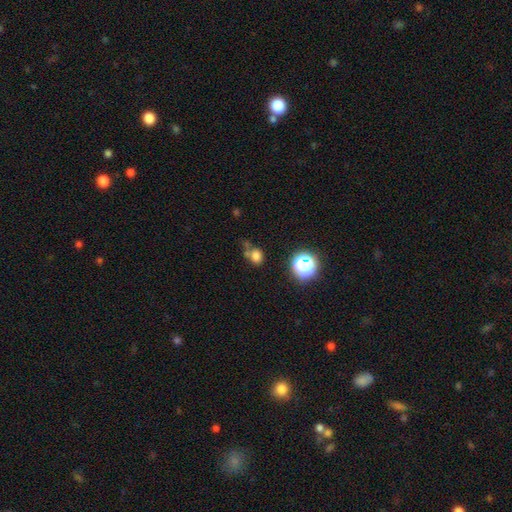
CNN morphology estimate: A smooth galaxy with no disk features (71%) that is round (61%). Merging: none (50%).